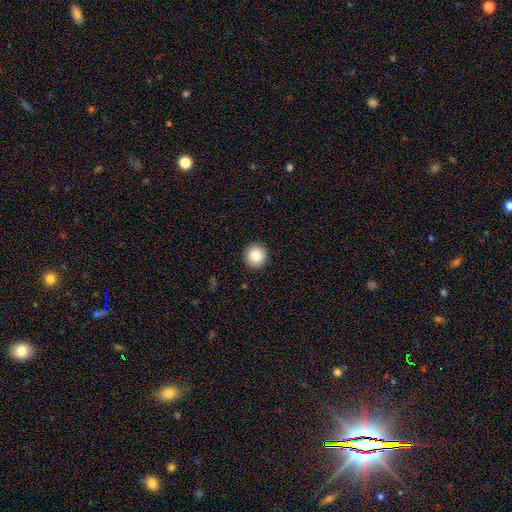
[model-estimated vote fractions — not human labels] Q: Smooth or featured?
A: smooth (85%); runner-up: star or artifact (8%)
Q: How rounded?
A: round (93%); runner-up: in between (6%)
Q: Merging?
A: none (92%); runner-up: minor disturbance (6%)